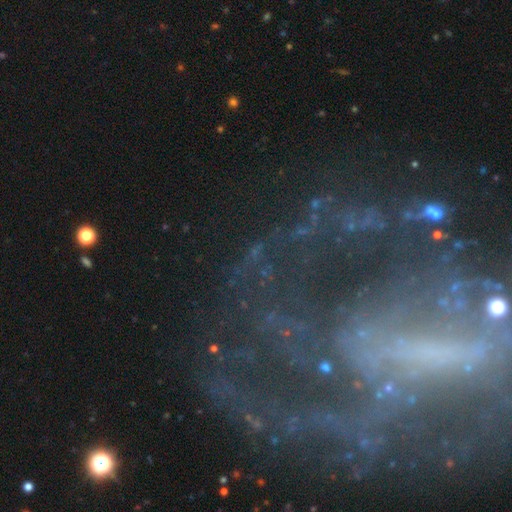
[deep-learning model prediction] Smooth or featured? star or artifact (50%)